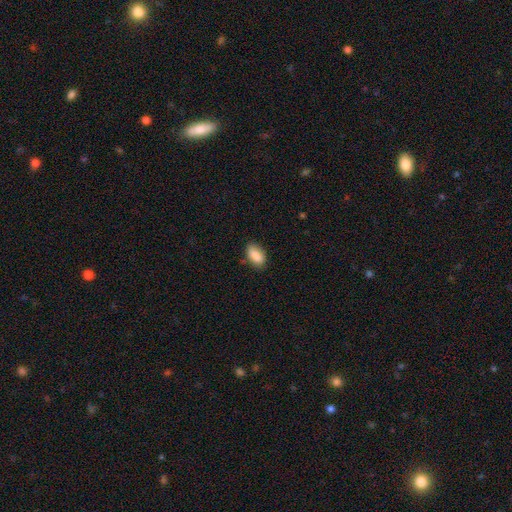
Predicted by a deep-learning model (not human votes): This appears to be a smooth galaxy with no disk features (87%) that is in between round and cigar-shaped (90%). Merging: none (78%).